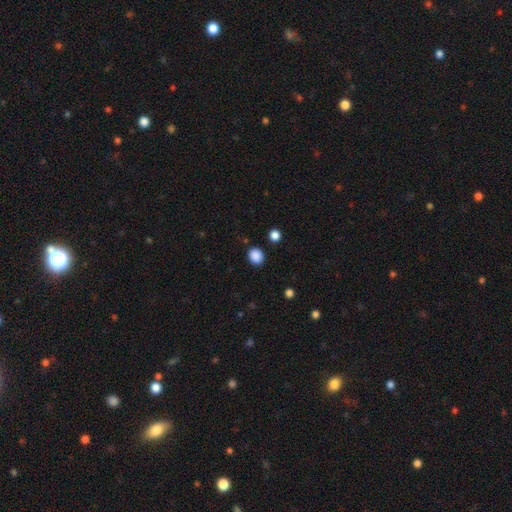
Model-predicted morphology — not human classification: A smooth galaxy with no disk features (88%) that is round (76%). Merging: none (89%).